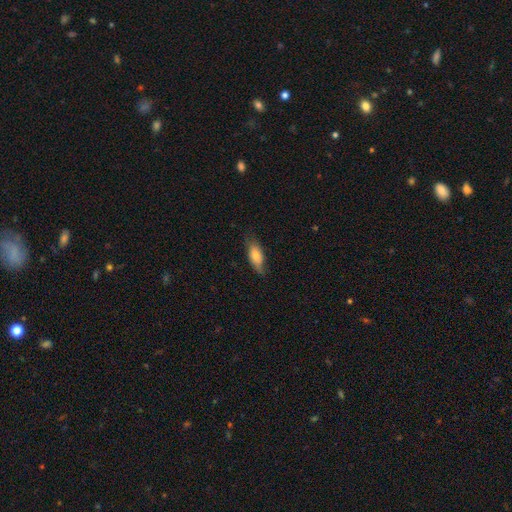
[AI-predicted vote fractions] smooth 72%, featured or disk 22%, star or artifact 6%. Down the decision tree: how rounded — in between (77%); merging — none (70%).